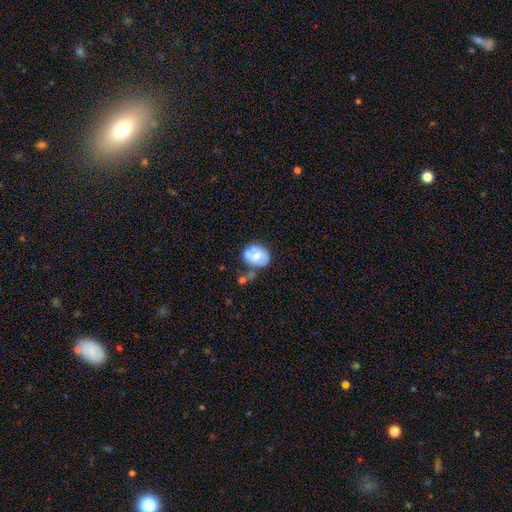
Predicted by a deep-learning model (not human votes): smooth_or_featured: smooth (p=0.55) [alt: featured or disk p=0.38]
how_rounded: in between (p=0.58) [alt: round p=0.41]
merging: none (p=0.46) [alt: minor disturbance p=0.25]